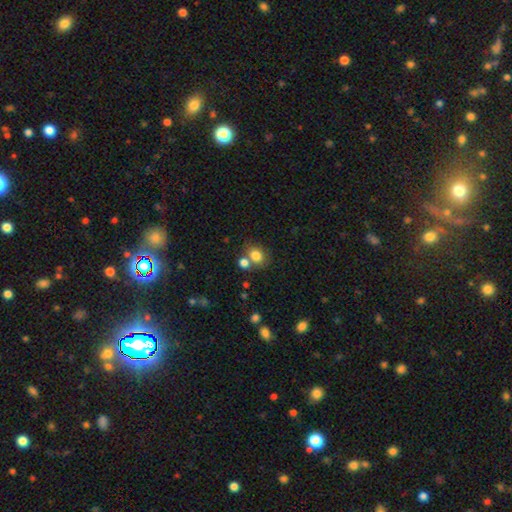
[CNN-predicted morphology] type=smooth (81%); roundness=round (59%); merging=none (56%).